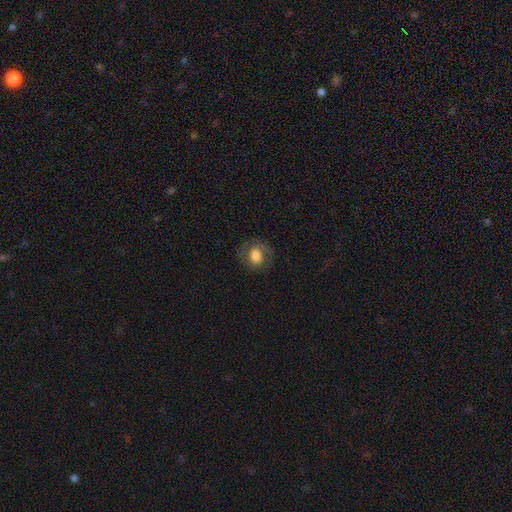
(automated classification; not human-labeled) Smooth or featured? Predicted: smooth (p=0.58). How rounded? Predicted: round (p=0.59). Merging? Predicted: none (p=0.76).